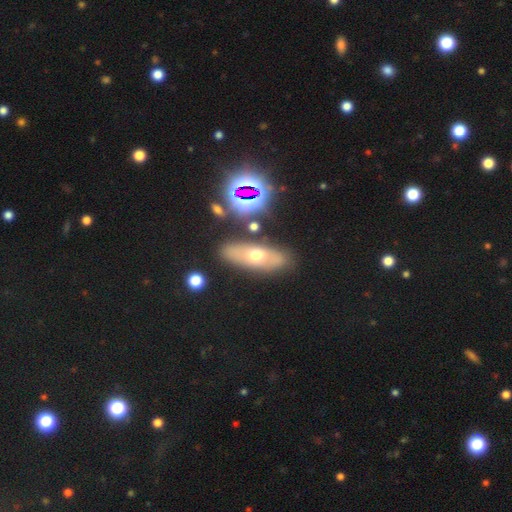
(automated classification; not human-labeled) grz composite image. It shows a smooth galaxy with no disk features (50%). Merging: none (80%).